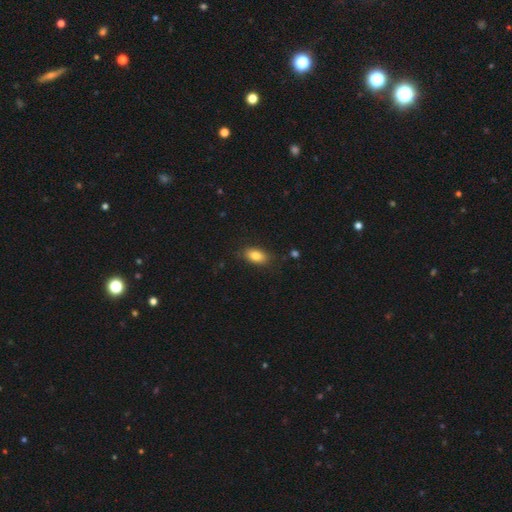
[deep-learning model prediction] Morphology: type=smooth (83%); roundness=in between (89%); merging=none (85%).